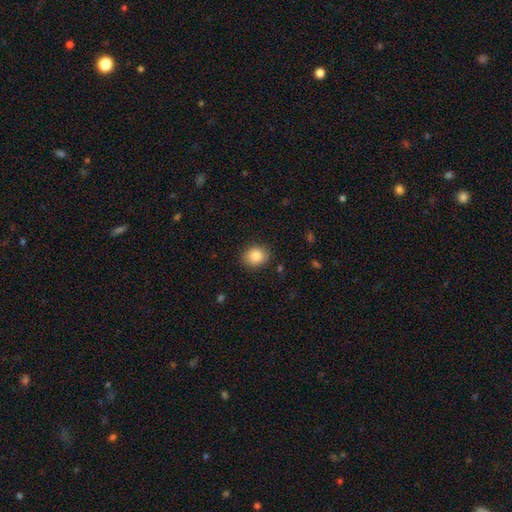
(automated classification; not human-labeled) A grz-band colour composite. It shows a smooth galaxy with no disk features (87%) that is round (59%). Merging: none (86%).